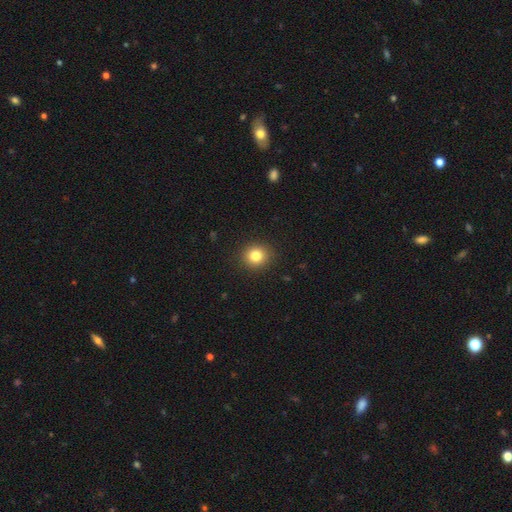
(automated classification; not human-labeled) Smooth or featured?
  - smooth: 82% *
  - star or artifact: 12%
  - featured or disk: 6%
How rounded?
  - round: 88% *
  - in between: 11%
  - cigar-shaped: 1%
Merging?
  - none: 91% *
  - minor disturbance: 6%
  - major disturbance: 2%
  - merger: 1%